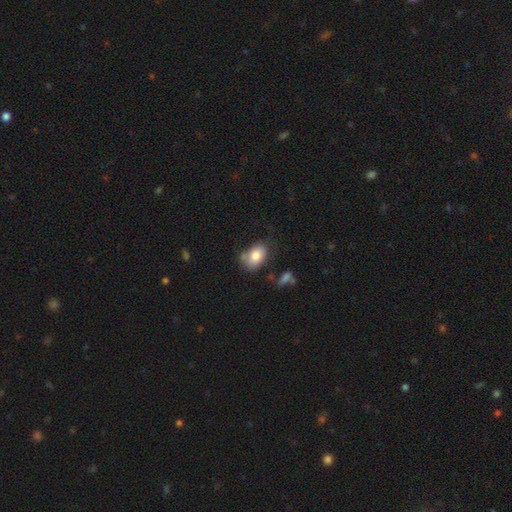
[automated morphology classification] Smooth or featured?
  - smooth: 80% *
  - featured or disk: 12%
  - star or artifact: 8%
How rounded?
  - in between: 81% *
  - round: 18%
  - cigar-shaped: 1%
Merging?
  - none: 57% *
  - minor disturbance: 26%
  - merger: 9%
  - major disturbance: 8%